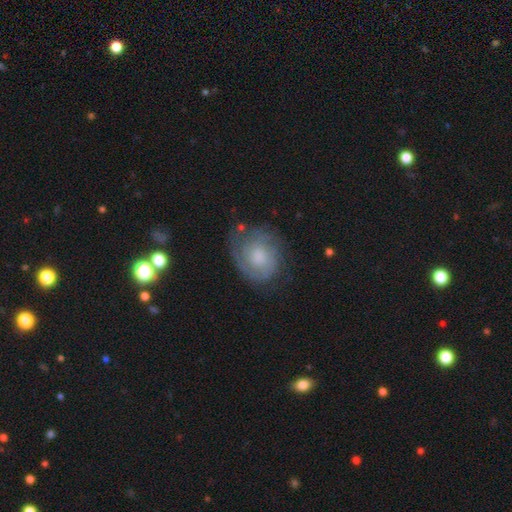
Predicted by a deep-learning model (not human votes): This is possibly a featured or disk galaxy (59%). It is clearly not viewed edge-on (97%). Bar: likely no (75%). Spiral arm pattern: clearly yes (85%). Central bulge: possibly moderate (48%). Merging: likely none (71%).